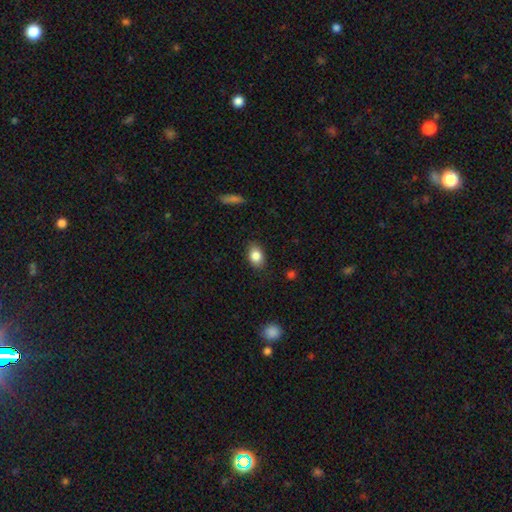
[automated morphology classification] A smooth galaxy with no disk features (85%) that is in between round and cigar-shaped (79%). Merging: none (85%).